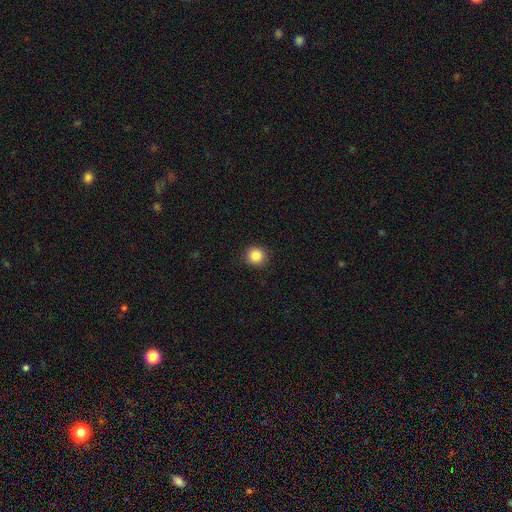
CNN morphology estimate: This is clearly a smooth galaxy (86%). How rounded: clearly round (93%). Merging: clearly none (91%).